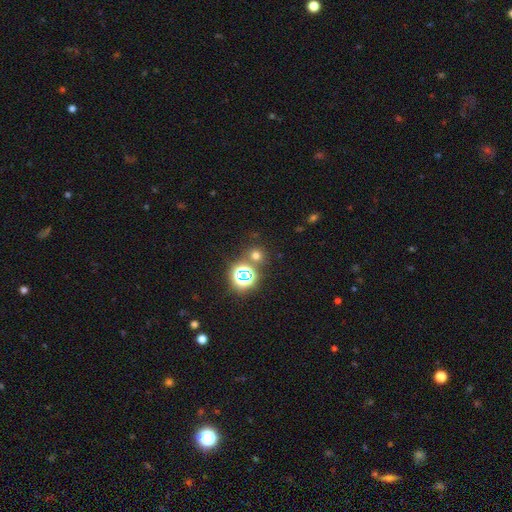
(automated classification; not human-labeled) smooth 58%, star or artifact 35%, featured or disk 7%. Down the decision tree: how rounded — round (90%); merging — none (76%).